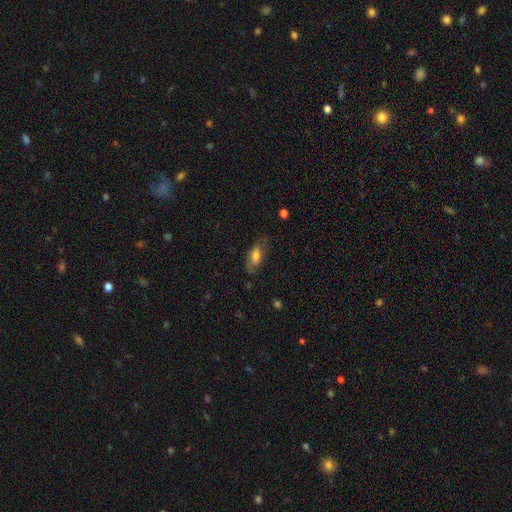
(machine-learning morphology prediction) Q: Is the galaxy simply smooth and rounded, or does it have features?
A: smooth — 60%.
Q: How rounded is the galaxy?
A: in between — 81%.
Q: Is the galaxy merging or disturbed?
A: none — 66%.